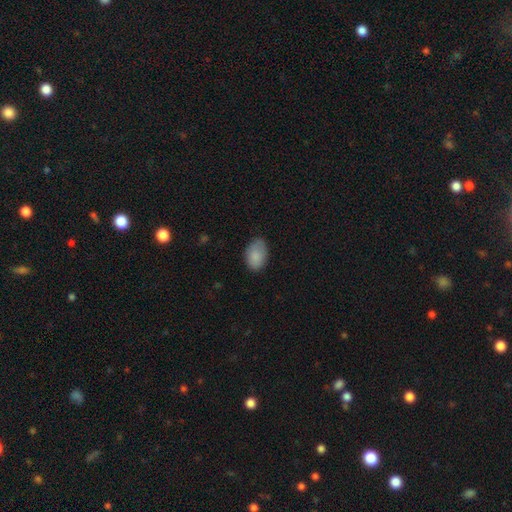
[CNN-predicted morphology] smooth-or-featured: smooth: 87% | star or artifact: 7% | featured or disk: 6%
  how-rounded: in between: 88% | round: 11% | cigar-shaped: 1%
  merging: none: 73% | minor disturbance: 22% | major disturbance: 4% | merger: 1%